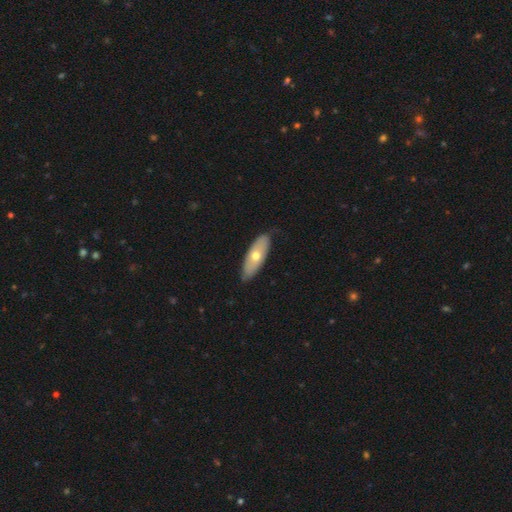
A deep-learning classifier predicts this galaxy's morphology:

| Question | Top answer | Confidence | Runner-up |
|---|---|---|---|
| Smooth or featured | smooth | 56% | featured or disk (39%) |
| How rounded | in between | 75% | cigar-shaped (22%) |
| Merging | none | 82% | minor disturbance (14%) |